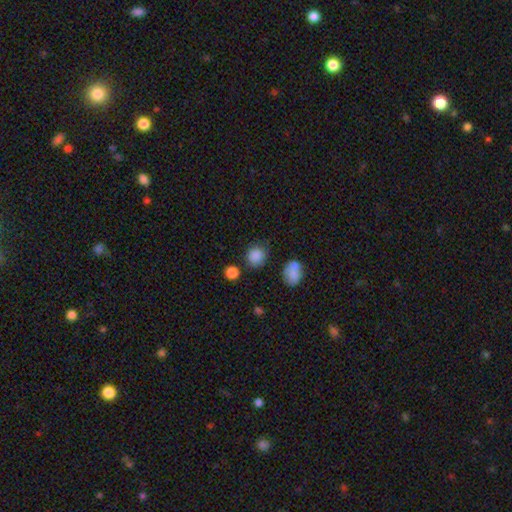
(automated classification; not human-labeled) smooth_or_featured: smooth (p=0.85) [alt: star or artifact p=0.11]
how_rounded: round (p=0.79) [alt: in between p=0.20]
merging: none (p=0.74) [alt: minor disturbance p=0.16]